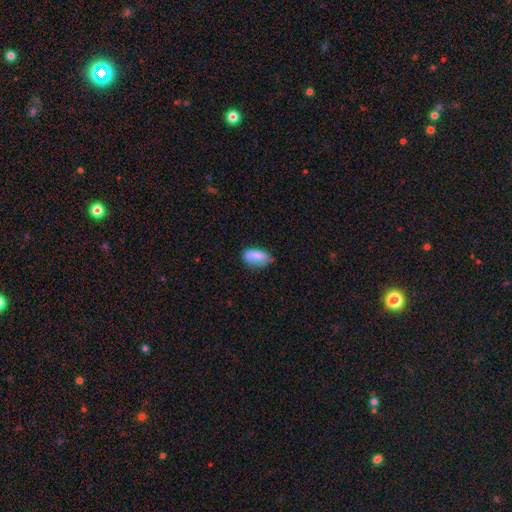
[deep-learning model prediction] Q: Smooth or featured?
A: smooth (82%); runner-up: featured or disk (10%)
Q: How rounded?
A: in between (91%); runner-up: cigar-shaped (5%)
Q: Merging?
A: none (59%); runner-up: minor disturbance (32%)